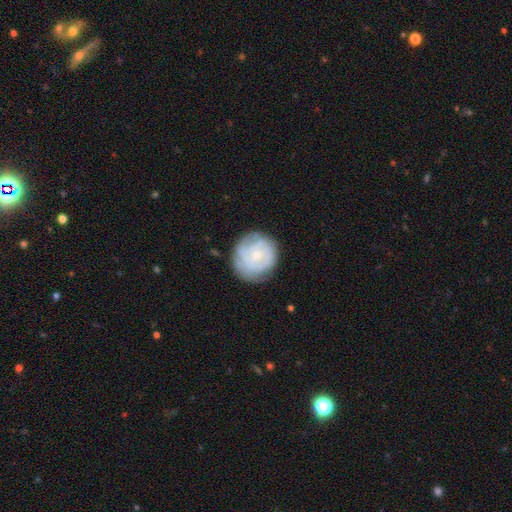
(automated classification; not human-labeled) Smooth or featured?
  - featured or disk: 58% *
  - smooth: 36%
  - star or artifact: 6%
Edge-on disk?
  - no: 98% *
  - yes: 2%
Bar?
  - no: 81% *
  - weak: 17%
  - strong: 3%
Spiral arms?
  - yes: 69% *
  - no: 31%
Bulge size?
  - small: 68% *
  - moderate: 27%
  - none: 3%
  - large: 2%
  - dominant: 1%
Merging?
  - none: 75% *
  - minor disturbance: 17%
  - major disturbance: 6%
  - merger: 1%